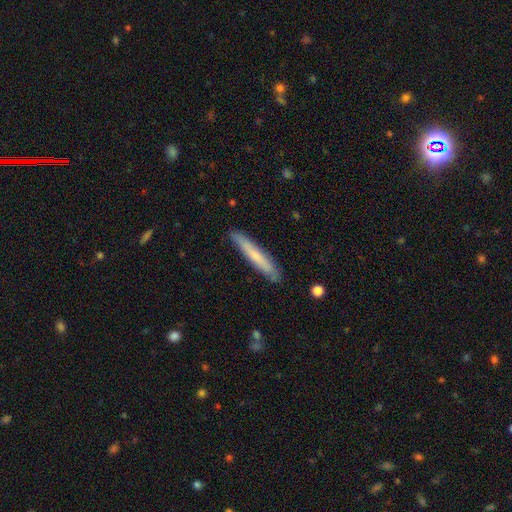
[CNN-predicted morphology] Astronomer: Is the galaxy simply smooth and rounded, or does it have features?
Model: smooth — 64%.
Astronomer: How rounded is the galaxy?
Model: cigar-shaped — 94%.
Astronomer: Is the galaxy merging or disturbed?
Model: none — 86%.